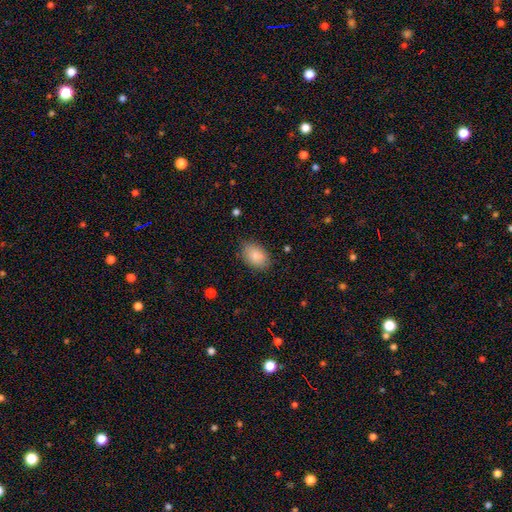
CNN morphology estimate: smooth_or_featured: smooth (p=0.86) [alt: star or artifact p=0.07]
how_rounded: in between (p=0.85) [alt: round p=0.13]
merging: none (p=0.80) [alt: minor disturbance p=0.16]